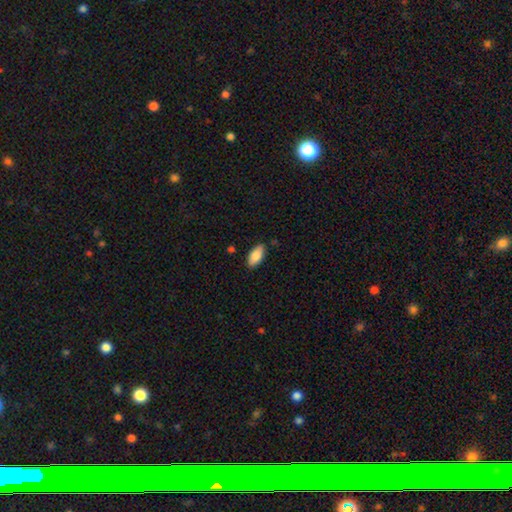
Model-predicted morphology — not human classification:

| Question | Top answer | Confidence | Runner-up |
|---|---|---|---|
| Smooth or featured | smooth | 83% | featured or disk (11%) |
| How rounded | in between | 89% | cigar-shaped (9%) |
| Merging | none | 85% | minor disturbance (12%) |